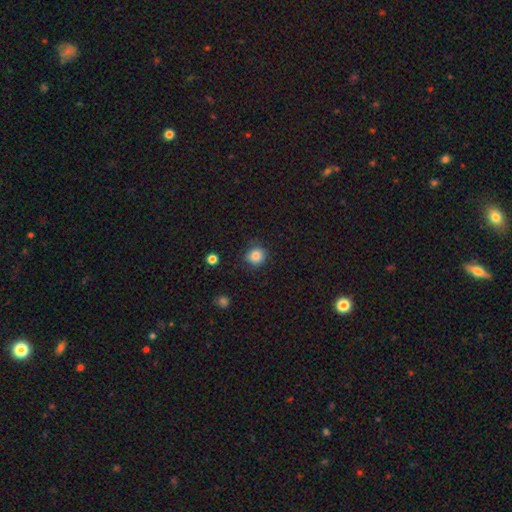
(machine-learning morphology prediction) The model was most divided on "merging": none: 80%, minor disturbance: 15%, major disturbance: 4%, merger: 2%. More confident: how rounded — round (87%); smooth or featured — smooth (83%).